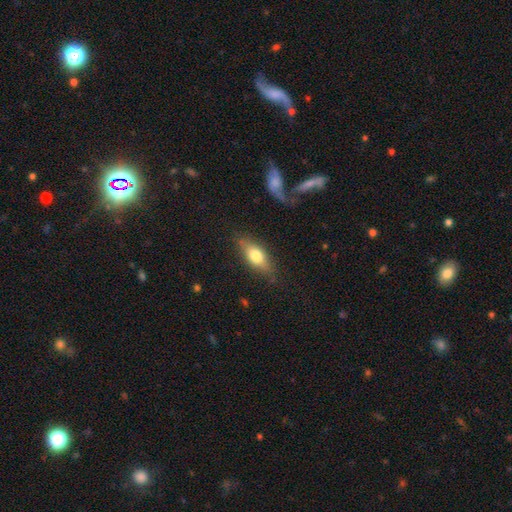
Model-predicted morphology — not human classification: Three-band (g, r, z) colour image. It shows a smooth galaxy with no disk features (68%) that is in between round and cigar-shaped (74%). Merging: none (78%).